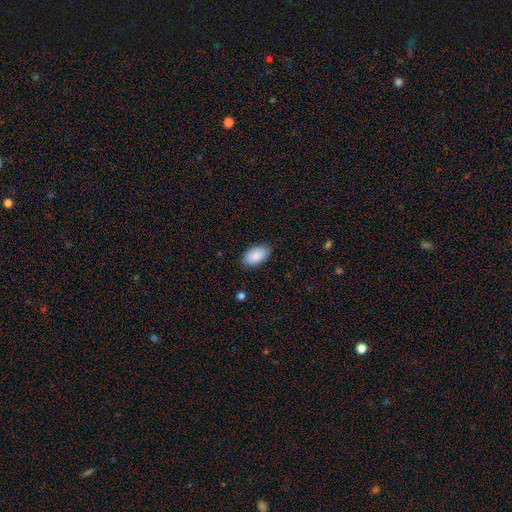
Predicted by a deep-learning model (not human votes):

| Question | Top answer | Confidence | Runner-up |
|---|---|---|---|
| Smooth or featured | smooth | 89% | star or artifact (6%) |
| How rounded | in between | 95% | round (3%) |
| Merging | none | 84% | minor disturbance (12%) |